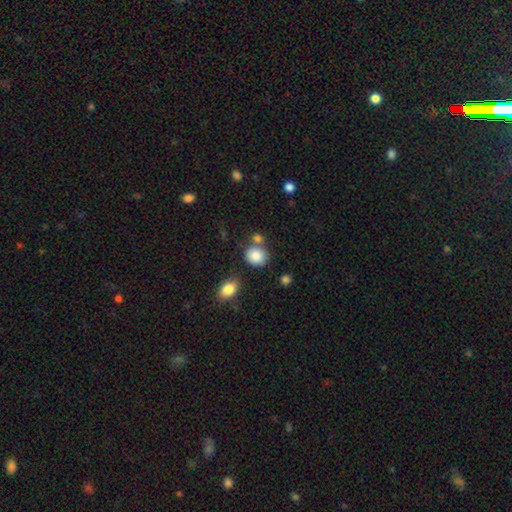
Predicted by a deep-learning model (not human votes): Smooth or featured?
  - smooth: 85% *
  - star or artifact: 8%
  - featured or disk: 6%
How rounded?
  - round: 74% *
  - in between: 25%
  - cigar-shaped: 1%
Merging?
  - none: 67% *
  - merger: 16%
  - minor disturbance: 13%
  - major disturbance: 4%